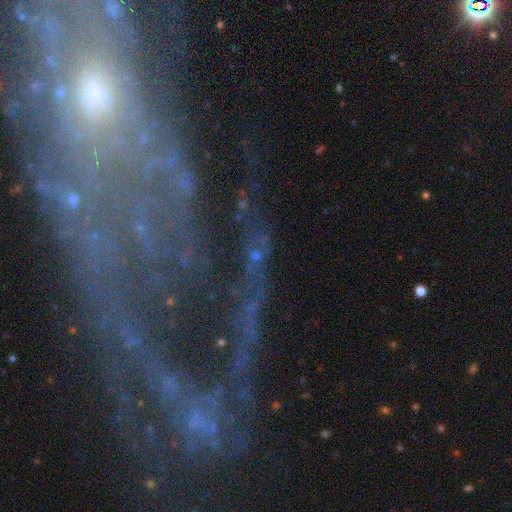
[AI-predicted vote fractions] Morphology: type=featured or disk (45%); merging=none (68%).